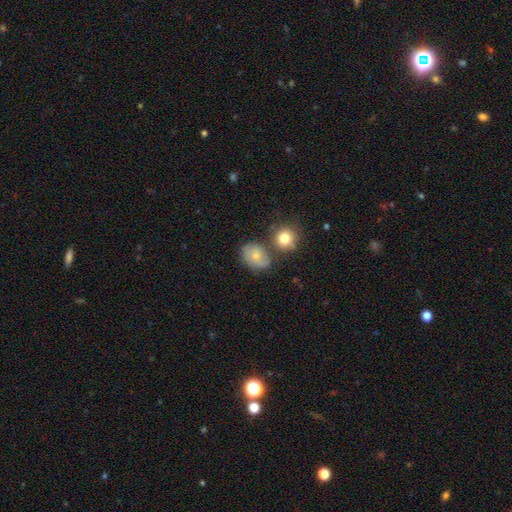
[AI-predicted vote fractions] Smooth or featured? smooth (60%)
How rounded? in between (53%)
Merging? none (56%)